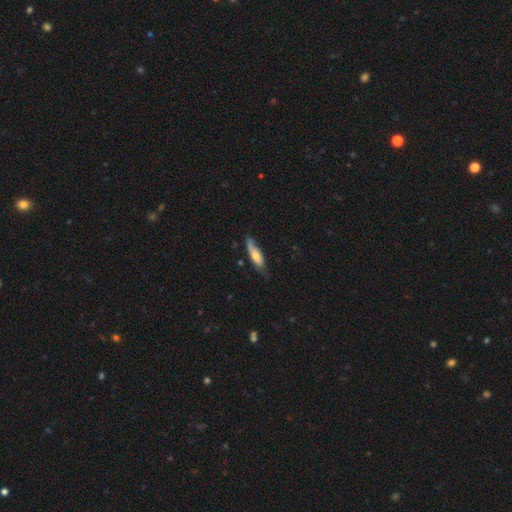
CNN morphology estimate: Q: Smooth or featured?
A: smooth (56%); runner-up: featured or disk (38%)
Q: How rounded?
A: cigar-shaped (56%); runner-up: in between (42%)
Q: Merging?
A: none (63%); runner-up: minor disturbance (28%)